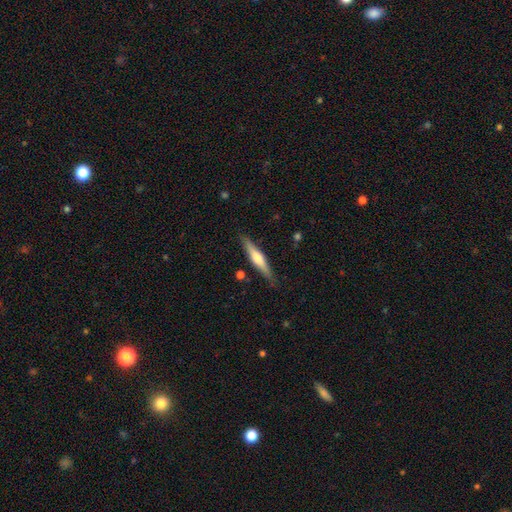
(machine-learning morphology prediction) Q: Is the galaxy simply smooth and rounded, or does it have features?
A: featured or disk — 54%.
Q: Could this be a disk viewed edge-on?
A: yes — 96%.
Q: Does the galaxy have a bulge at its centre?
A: rounded — 81%.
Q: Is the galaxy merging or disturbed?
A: none — 86%.